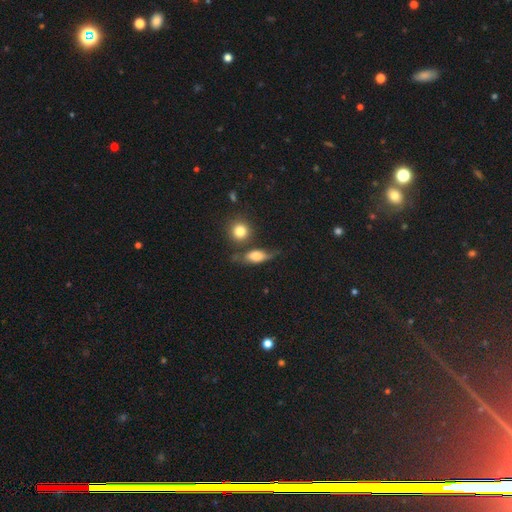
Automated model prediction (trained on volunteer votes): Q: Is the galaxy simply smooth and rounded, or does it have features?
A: smooth — 64%.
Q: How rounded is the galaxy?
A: in between — 68%.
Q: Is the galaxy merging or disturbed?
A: none — 53%.